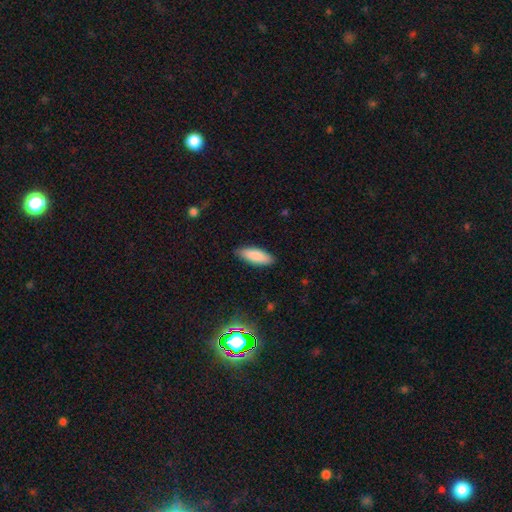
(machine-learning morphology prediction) Overall: smooth (87%). How rounded: in between (65%; cigar-shaped 34%). Merging: none (86%).